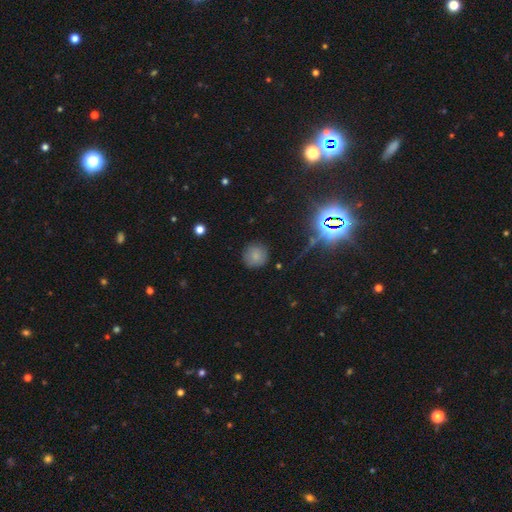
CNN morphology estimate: Smooth or featured? Predicted: smooth (p=0.79). How rounded? Predicted: round (p=0.94). Merging? Predicted: none (p=0.86).